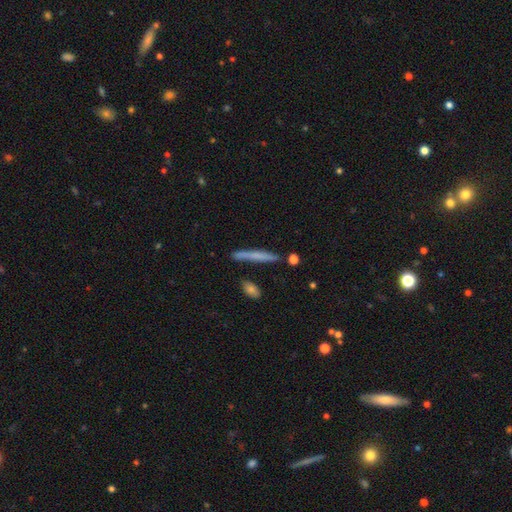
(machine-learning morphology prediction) A smooth galaxy with no disk features (61%) that is cigar-shaped (95%).

Vote fractions:
- Smooth or featured? smooth: 61% / featured or disk: 32% / star or artifact: 7%
- How rounded? cigar-shaped: 95% / in between: 3% / round: 2%
- Merging? none: 83% / minor disturbance: 10% / merger: 4% / major disturbance: 2%